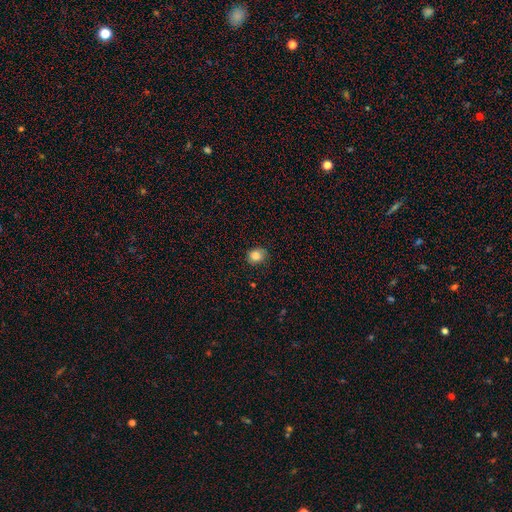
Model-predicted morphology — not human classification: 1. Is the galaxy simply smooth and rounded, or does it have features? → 85% smooth, 10% star or artifact, 5% featured or disk.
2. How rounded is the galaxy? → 70% round, 30% in between, 1% cigar-shaped.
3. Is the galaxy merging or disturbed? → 79% none, 17% minor disturbance, 3% major disturbance, 1% merger.